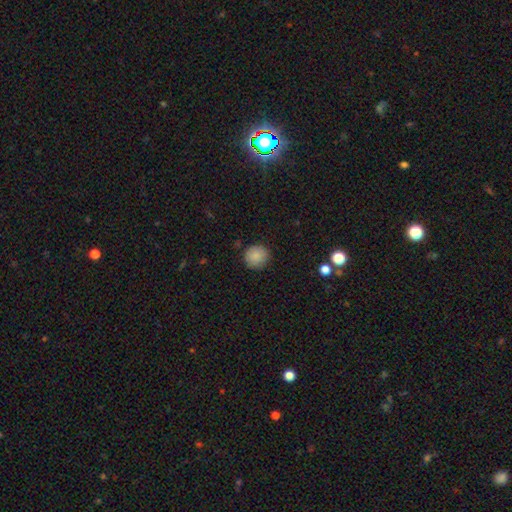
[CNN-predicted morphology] smooth-or-featured: smooth: 86% | star or artifact: 9% | featured or disk: 5%
  how-rounded: round: 92% | in between: 7% | cigar-shaped: 1%
  merging: none: 88% | minor disturbance: 8% | major disturbance: 2% | merger: 1%